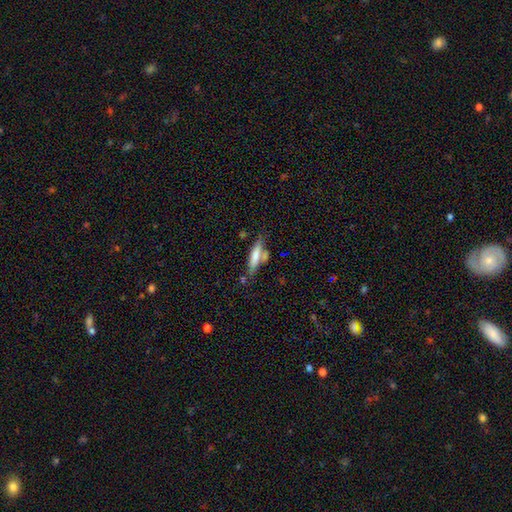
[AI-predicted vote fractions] Smooth or featured? Predicted: smooth (p=0.66). How rounded? Predicted: cigar-shaped (p=0.72). Merging? Predicted: none (p=0.56).